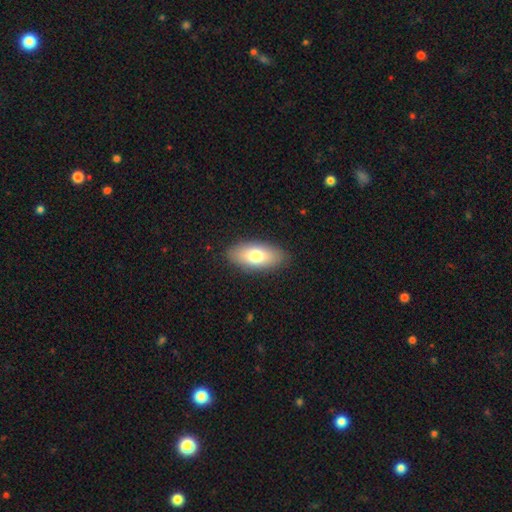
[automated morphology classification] smooth-or-featured: smooth: 75% | featured or disk: 18% | star or artifact: 7%
  how-rounded: in between: 87% | cigar-shaped: 9% | round: 3%
  merging: none: 87% | minor disturbance: 9% | major disturbance: 2% | merger: 1%